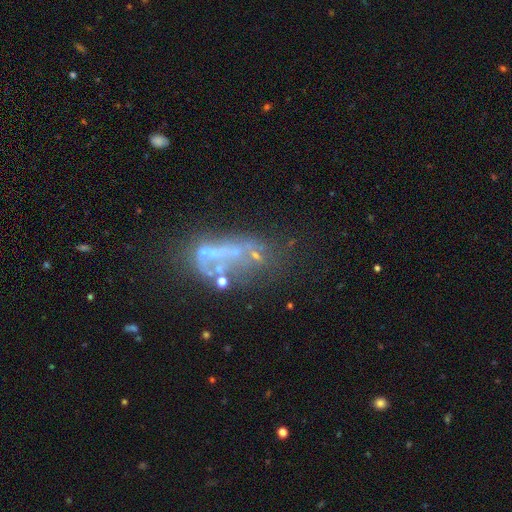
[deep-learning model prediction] Smooth or featured? featured or disk (53%)
Edge-on disk? no (96%)
Bar? no (90%)
Spiral arms? no (94%)
Bulge size? none (76%)
Merging? none (31%)